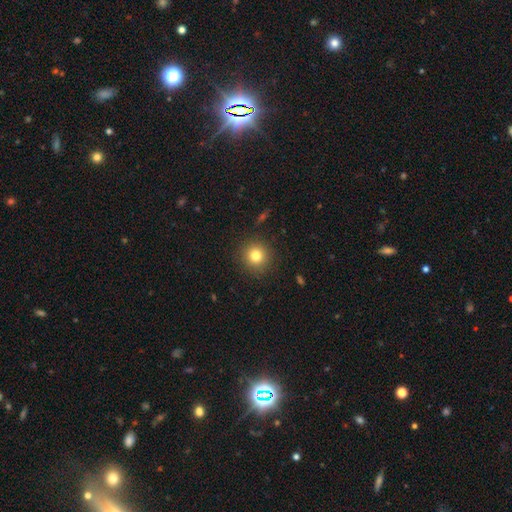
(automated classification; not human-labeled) This appears to be a smooth galaxy with no disk features (80%) that is round (94%). Merging: none (90%).